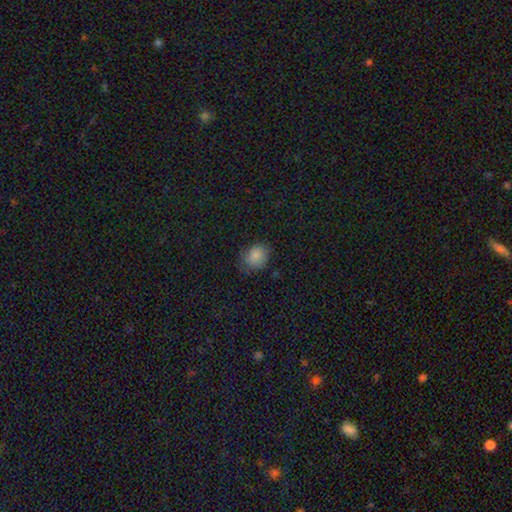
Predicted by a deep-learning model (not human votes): Smooth or featured? Predicted: smooth (p=0.83). How rounded? Predicted: round (p=0.54). Merging? Predicted: none (p=0.68).